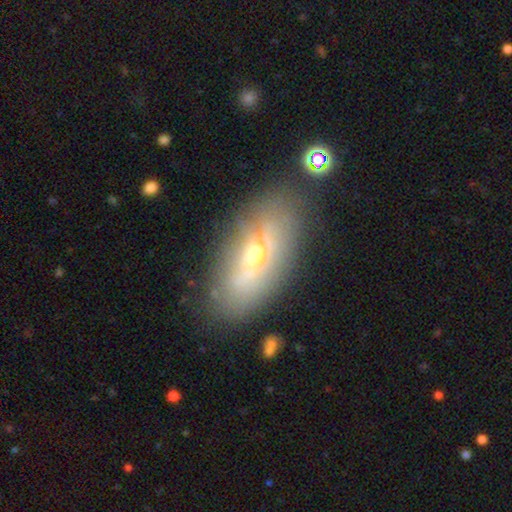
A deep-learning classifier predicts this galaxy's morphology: Smooth or featured? featured or disk (58%)
Edge-on disk? no (61%)
Merging? none (74%)